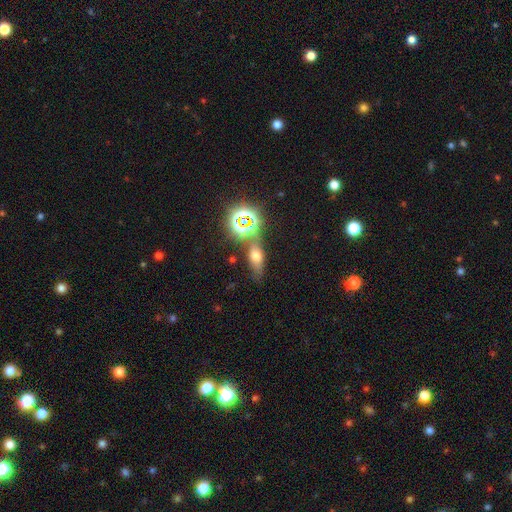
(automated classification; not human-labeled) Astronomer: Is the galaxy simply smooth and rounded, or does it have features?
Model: smooth — 51% (runner-up: star or artifact, 30%).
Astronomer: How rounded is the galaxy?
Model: in between — 63%.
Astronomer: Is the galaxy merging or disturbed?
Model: none — 65%.